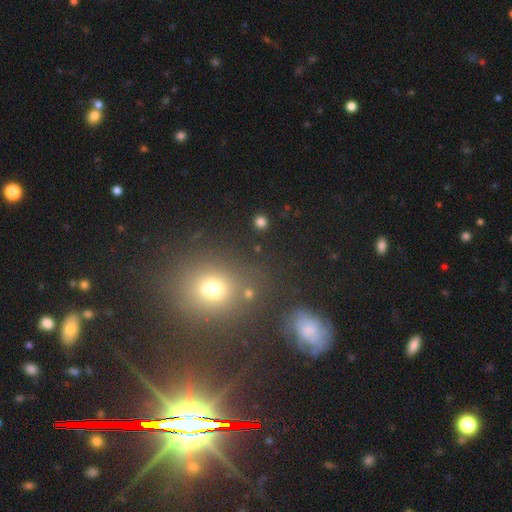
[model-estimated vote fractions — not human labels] Smooth or featured?
  - star or artifact: 45% *
  - smooth: 39%
  - featured or disk: 16%